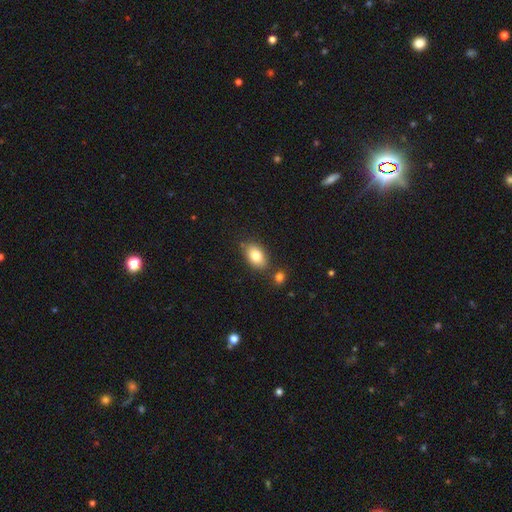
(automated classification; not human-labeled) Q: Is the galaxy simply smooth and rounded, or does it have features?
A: smooth — 81%.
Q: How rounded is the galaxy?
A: in between — 88%.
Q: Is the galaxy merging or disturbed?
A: none — 75%.